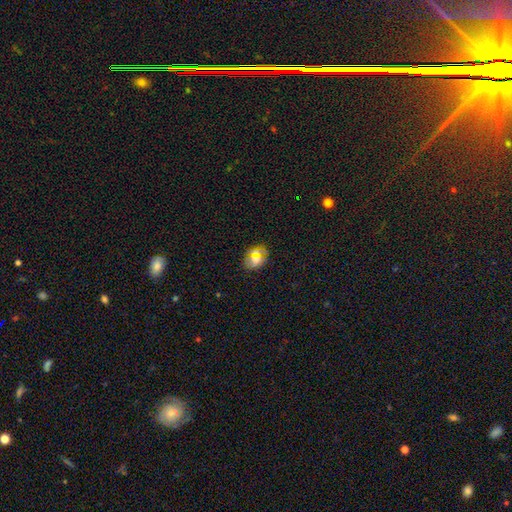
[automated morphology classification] This is likely a smooth galaxy (64%). How rounded: possibly in between (50%). Merging: likely none (79%).